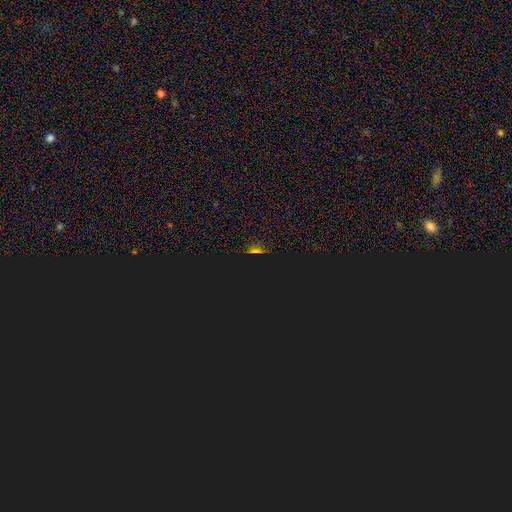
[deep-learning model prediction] Smooth or featured? Predicted: star or artifact (p=0.75).